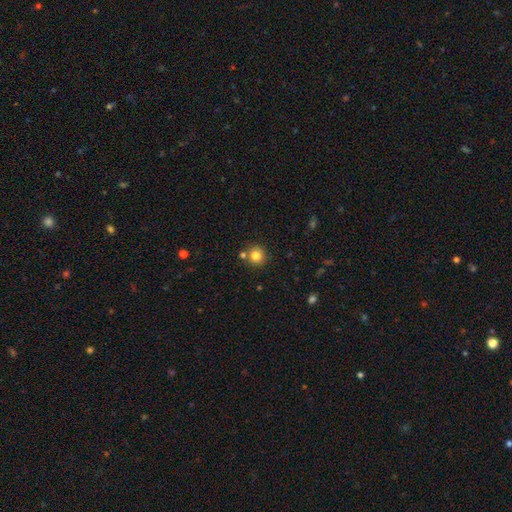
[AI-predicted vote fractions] This appears to be a smooth galaxy with no disk features (82%) that is round (93%). Merging: none (77%).